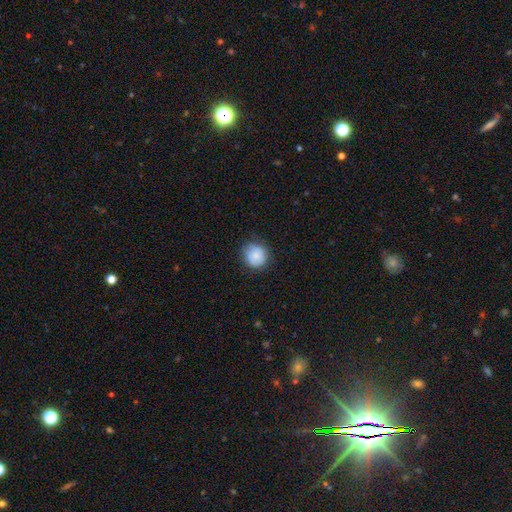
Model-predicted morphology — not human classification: Smooth or featured? Predicted: smooth (p=0.78). How rounded? Predicted: round (p=0.90). Merging? Predicted: none (p=0.79).